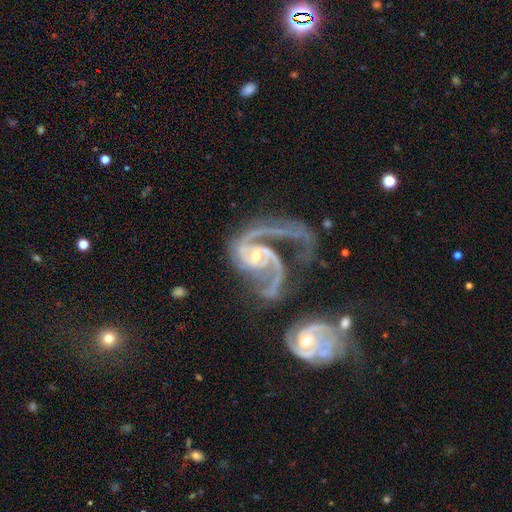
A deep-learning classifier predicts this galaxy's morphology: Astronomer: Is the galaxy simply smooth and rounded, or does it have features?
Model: featured or disk — 93%.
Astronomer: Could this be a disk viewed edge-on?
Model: no — 98%.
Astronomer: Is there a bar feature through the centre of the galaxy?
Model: no — 45% (runner-up: weak, 36%).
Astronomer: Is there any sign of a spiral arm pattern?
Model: yes — 98%.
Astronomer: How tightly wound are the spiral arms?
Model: medium — 54%.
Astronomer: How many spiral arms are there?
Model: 2 — 60%.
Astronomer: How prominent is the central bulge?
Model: small — 58% (runner-up: moderate, 37%).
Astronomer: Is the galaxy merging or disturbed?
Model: major disturbance — 36% (runner-up: merger, 30%).